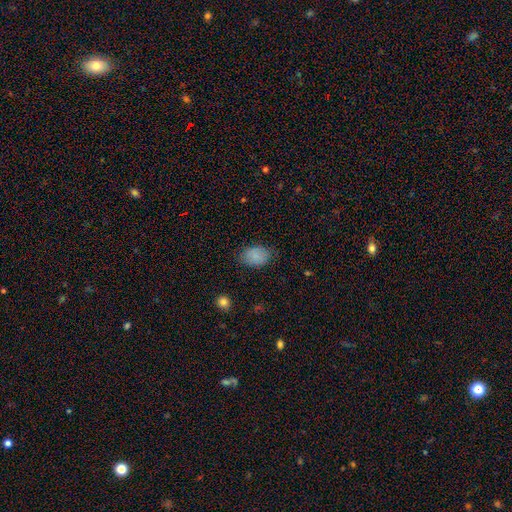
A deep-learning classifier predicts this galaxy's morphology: type=smooth (85%); roundness=in between (85%); merging=none (79%).